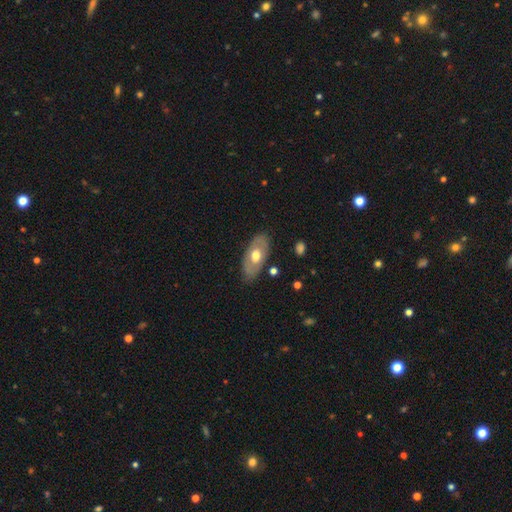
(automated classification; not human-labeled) The model was most divided on "smooth or featured" (2-way tie): featured or disk: 47%, smooth: 47%, star or artifact: 5%. More confident: merging — none (79%).